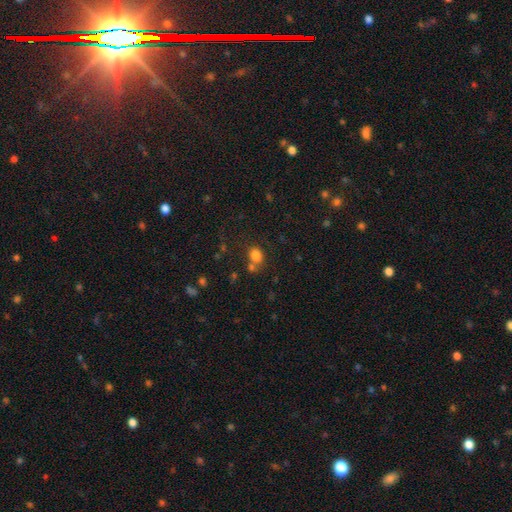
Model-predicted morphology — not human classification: The model was most divided on "how rounded": round: 60%, in between: 39%, cigar-shaped: 1%. More confident: smooth or featured — smooth (80%); merging — none (57%).